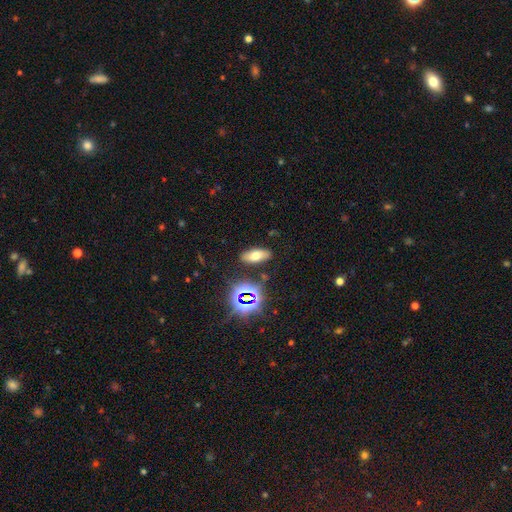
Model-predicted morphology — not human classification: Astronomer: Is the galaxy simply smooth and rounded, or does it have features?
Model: smooth — 61%.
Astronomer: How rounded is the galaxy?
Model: in between — 80%.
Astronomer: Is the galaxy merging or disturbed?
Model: none — 84%.